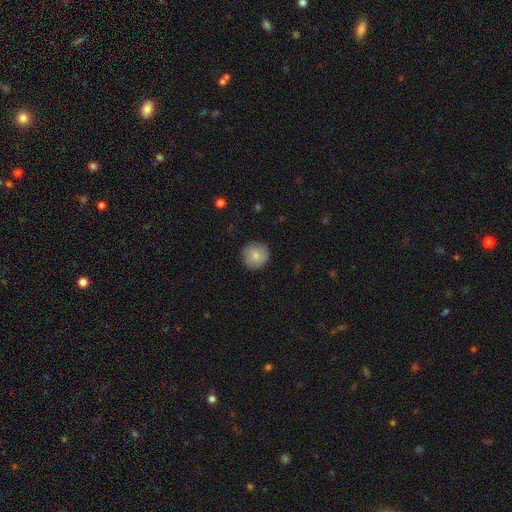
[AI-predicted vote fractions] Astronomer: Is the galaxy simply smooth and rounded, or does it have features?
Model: smooth — 82%.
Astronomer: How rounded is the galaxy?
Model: round — 93%.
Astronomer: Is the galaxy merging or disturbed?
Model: none — 86%.